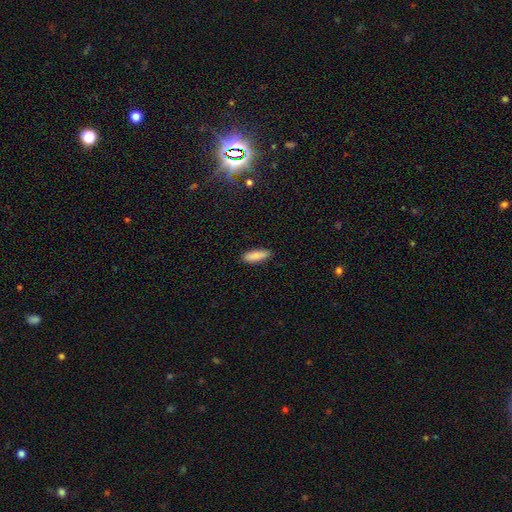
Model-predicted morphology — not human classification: This is clearly a smooth galaxy (88%). How rounded: possibly in between (51%). Merging: clearly none (88%).